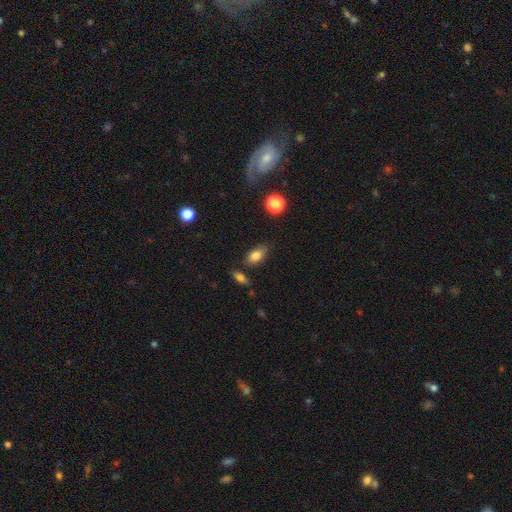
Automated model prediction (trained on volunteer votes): Smooth or featured? smooth (81%)
How rounded? in between (86%)
Merging? none (73%)